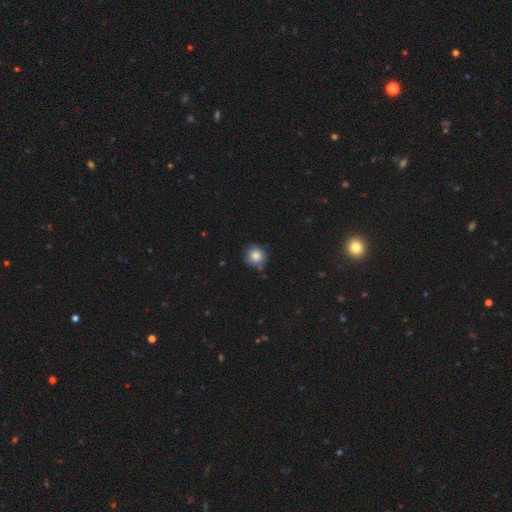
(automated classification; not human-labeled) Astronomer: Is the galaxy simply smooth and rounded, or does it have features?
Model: smooth — 83%.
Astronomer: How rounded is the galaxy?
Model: round — 91%.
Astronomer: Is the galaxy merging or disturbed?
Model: none — 77%.